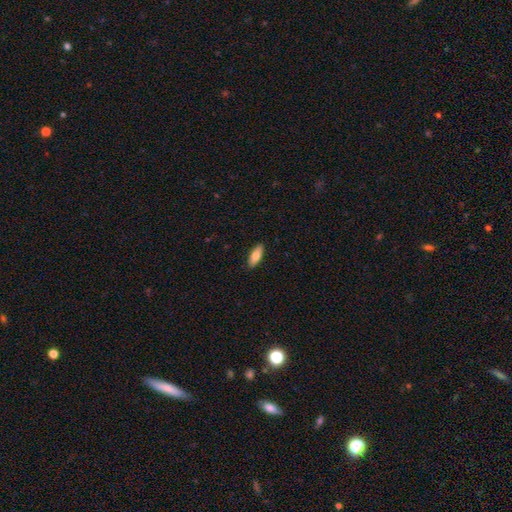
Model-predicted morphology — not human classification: smooth_or_featured: smooth (p=0.79) [alt: featured or disk p=0.16]
how_rounded: in between (p=0.73) [alt: cigar-shaped p=0.25]
merging: none (p=0.90) [alt: minor disturbance p=0.08]